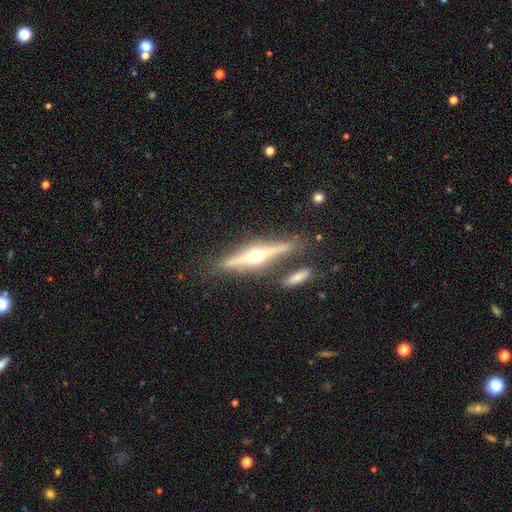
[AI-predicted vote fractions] smooth_or_featured: featured or disk (p=0.80) [alt: smooth p=0.14]
disk_edge_on: yes (p=0.97) [alt: no p=0.03]
edge_on_bulge: rounded (p=0.95) [alt: boxy p=0.02]
merging: none (p=0.79) [alt: minor disturbance p=0.11]